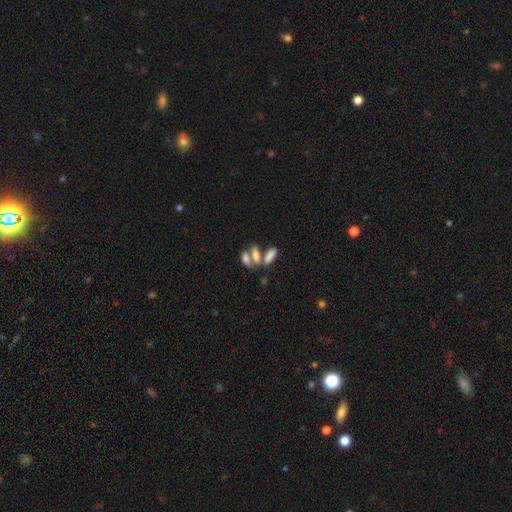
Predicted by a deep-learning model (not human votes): Smooth or featured?
  - smooth: 71% *
  - featured or disk: 19%
  - star or artifact: 10%
How rounded?
  - in between: 73% *
  - cigar-shaped: 22%
  - round: 5%
Merging?
  - merger: 56% *
  - none: 29%
  - minor disturbance: 8%
  - major disturbance: 6%